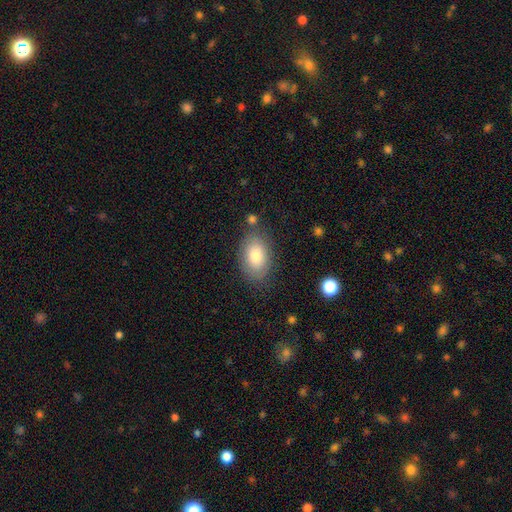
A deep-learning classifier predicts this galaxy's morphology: The model was most divided on "merging": none: 78%, minor disturbance: 14%, major disturbance: 4%, merger: 3%. More confident: how rounded — in between (90%); smooth or featured — smooth (80%).